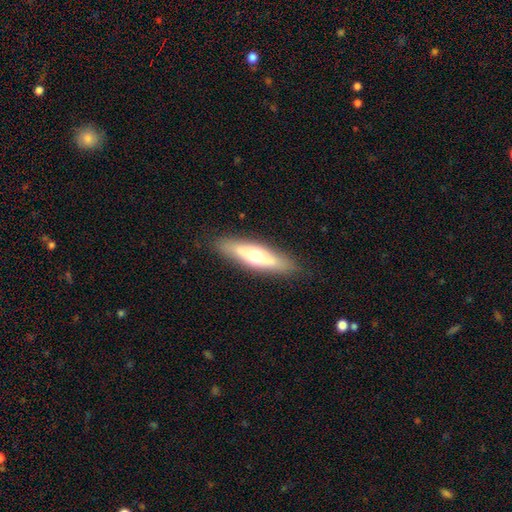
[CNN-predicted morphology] type=smooth (49%); merging=none (85%).